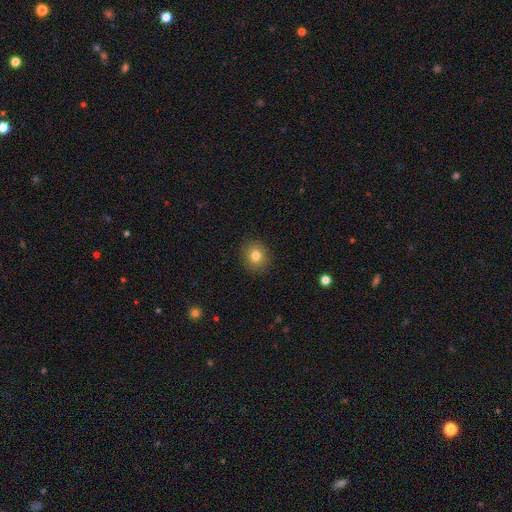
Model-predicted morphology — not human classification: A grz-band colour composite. It shows a smooth galaxy with no disk features (80%) that is round (81%). Merging: none (89%).